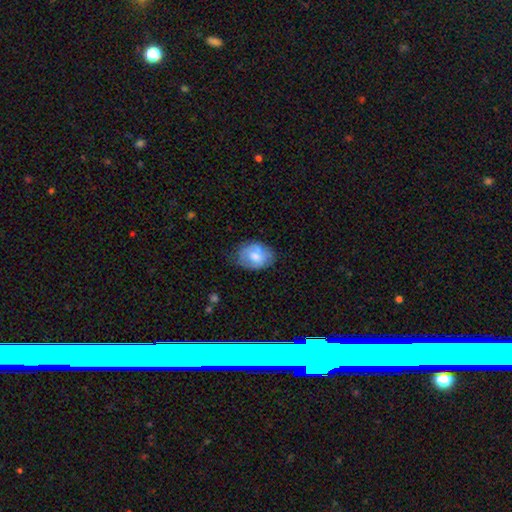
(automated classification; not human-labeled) smooth-or-featured: smooth: 60% | featured or disk: 33% | star or artifact: 7%
  how-rounded: in between: 71% | round: 28% | cigar-shaped: 1%
  merging: none: 57% | minor disturbance: 31% | major disturbance: 9% | merger: 3%